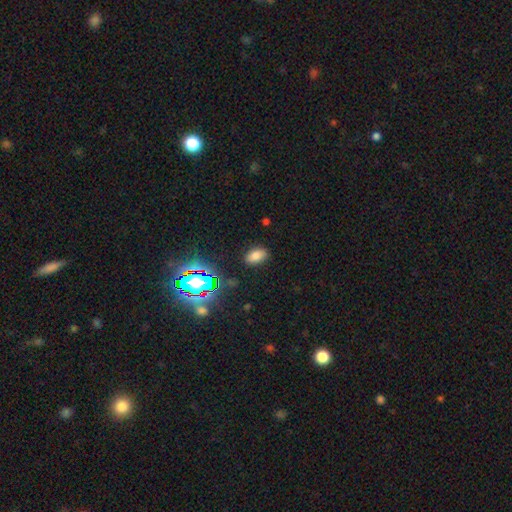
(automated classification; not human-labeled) Smooth or featured: smooth — 73% (star or artifact — 19%)
How rounded: in between — 90% (round — 7%)
Merging: none — 85% (minor disturbance — 10%)